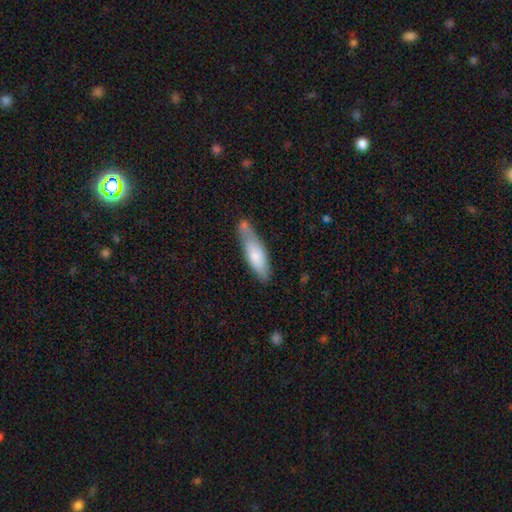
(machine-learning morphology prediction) Q: Smooth or featured?
A: smooth (73%); runner-up: featured or disk (22%)
Q: How rounded?
A: cigar-shaped (57%); runner-up: in between (42%)
Q: Merging?
A: none (56%); runner-up: minor disturbance (26%)